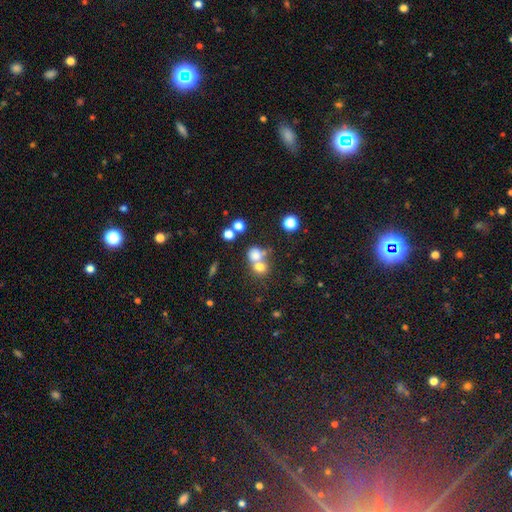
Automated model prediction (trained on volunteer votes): Smooth or featured? Predicted: smooth (p=0.71). How rounded? Predicted: round (p=0.75). Merging? Predicted: merger (p=0.51).